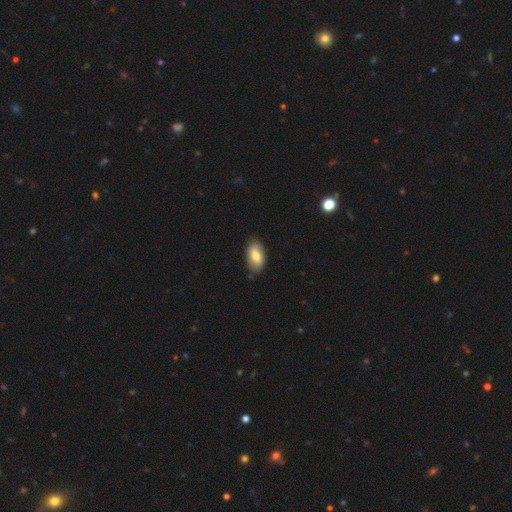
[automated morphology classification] Smooth or featured?
  - smooth: 74% *
  - featured or disk: 20%
  - star or artifact: 6%
How rounded?
  - in between: 94% *
  - round: 4%
  - cigar-shaped: 3%
Merging?
  - none: 82% *
  - minor disturbance: 14%
  - major disturbance: 2%
  - merger: 1%